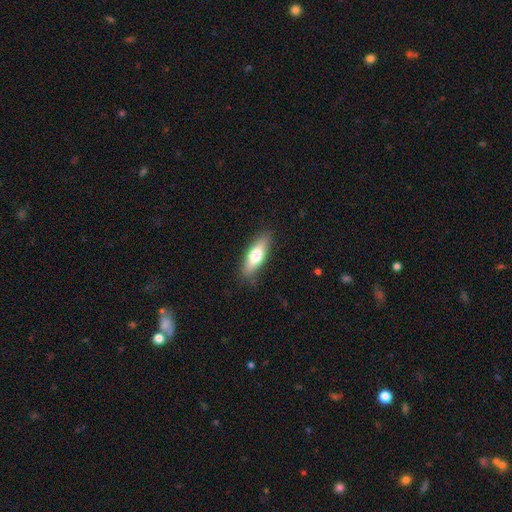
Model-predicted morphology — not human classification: Smooth or featured?
  - smooth: 67% *
  - featured or disk: 27%
  - star or artifact: 6%
How rounded?
  - in between: 55% *
  - cigar-shaped: 42%
  - round: 2%
Merging?
  - none: 85% *
  - minor disturbance: 12%
  - major disturbance: 3%
  - merger: 1%